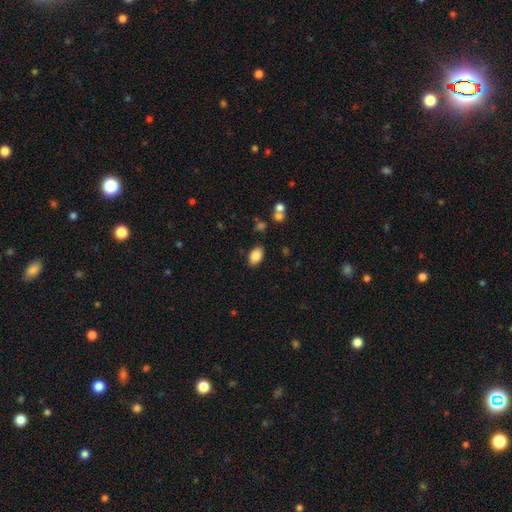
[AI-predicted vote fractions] This appears to be a smooth galaxy with no disk features (85%) that is in between round and cigar-shaped (91%). Merging: none (84%).